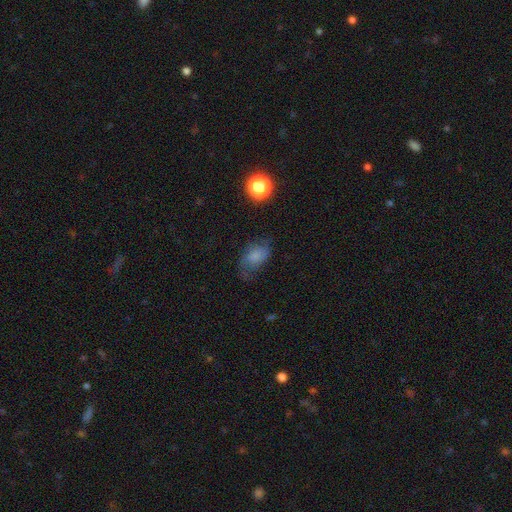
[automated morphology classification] smooth 63%, featured or disk 24%, star or artifact 13%. Down the decision tree: how rounded — in between (83%); merging — none (51%).